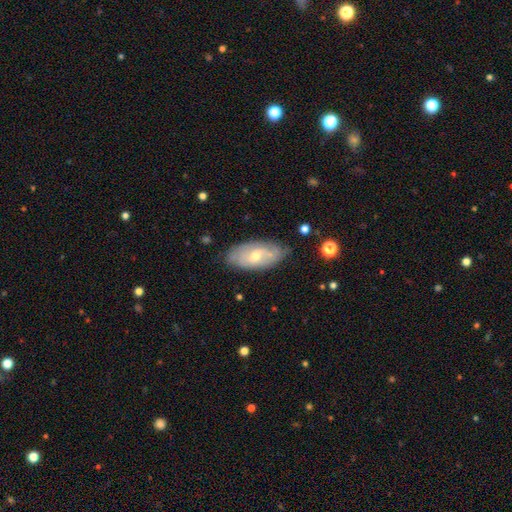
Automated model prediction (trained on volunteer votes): featured or disk 57%, smooth 36%, star or artifact 7%. Down the decision tree: edge-on disk — no (87%); bar — no (53%); spiral arms — yes (67%); bulge size — moderate (50%); merging — none (75%).